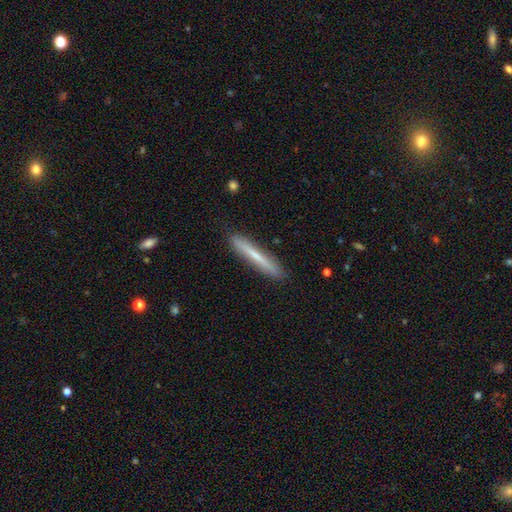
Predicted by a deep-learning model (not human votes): Smooth or featured? Predicted: smooth (p=0.60). How rounded? Predicted: cigar-shaped (p=0.96). Merging? Predicted: none (p=0.88).